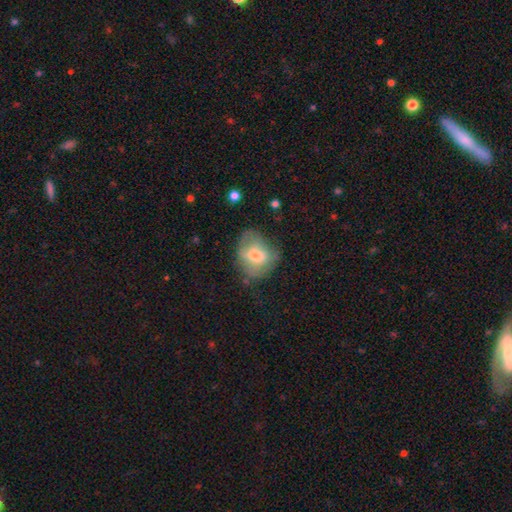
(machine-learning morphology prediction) This is possibly a smooth galaxy (58%). How rounded: possibly in between (55%). Merging: possibly none (49%).